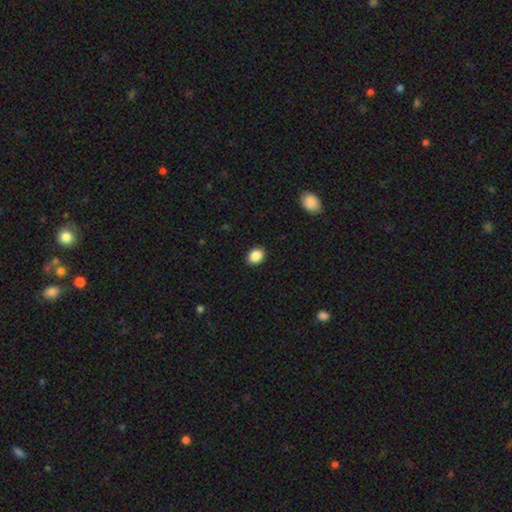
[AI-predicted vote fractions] smooth 88%, star or artifact 9%, featured or disk 4%. Down the decision tree: how rounded — in between (64%); merging — none (90%).